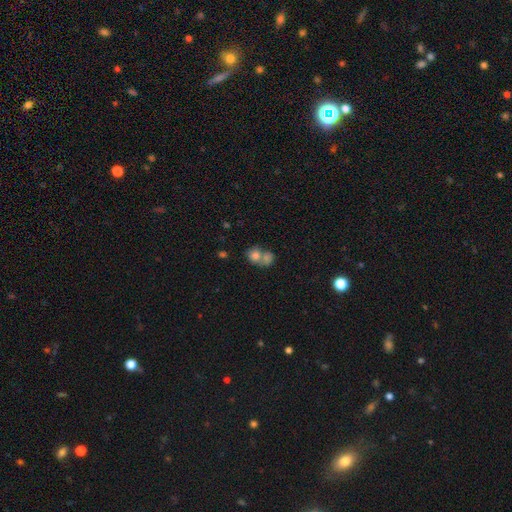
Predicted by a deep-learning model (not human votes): The model was most divided on "merging": merger: 60%, none: 29%, minor disturbance: 7%, major disturbance: 4%. More confident: smooth or featured — smooth (76%); how rounded — round (68%).